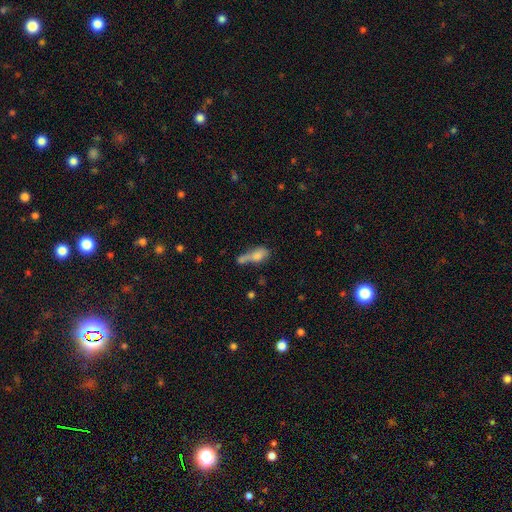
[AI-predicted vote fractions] A smooth galaxy with no disk features (69%) that is in between round and cigar-shaped (69%). Merging: merger (54%).